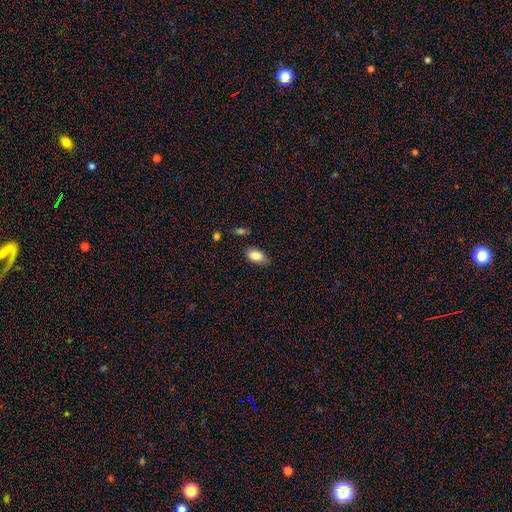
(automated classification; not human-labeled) A smooth galaxy with no disk features (85%) that is in between round and cigar-shaped (92%). Merging: none (76%).